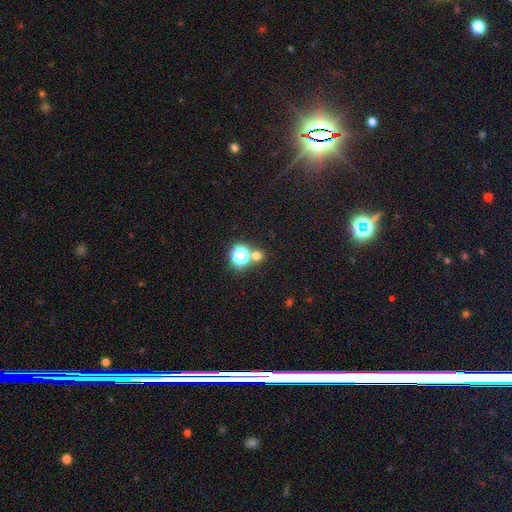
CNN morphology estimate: This appears to be a smooth galaxy with no disk features (63%) that is round (87%). Merging: none (67%).